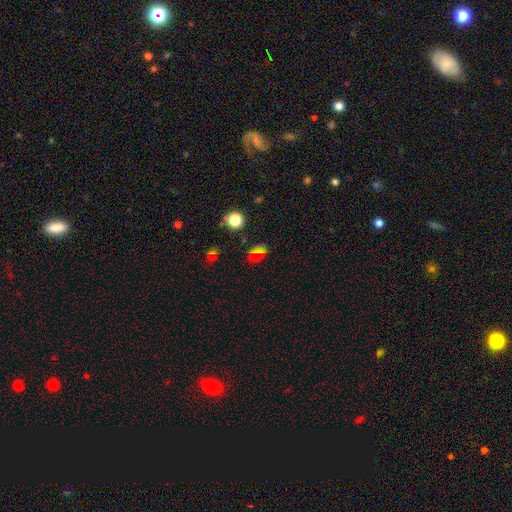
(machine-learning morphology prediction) A smooth galaxy with no disk features (52%) that is in between round and cigar-shaped (56%).

Vote fractions:
- Smooth or featured? smooth: 52% / star or artifact: 40% / featured or disk: 8%
- How rounded? in between: 56% / round: 40% / cigar-shaped: 4%
- Merging? none: 80% / minor disturbance: 12% / major disturbance: 5% / merger: 3%